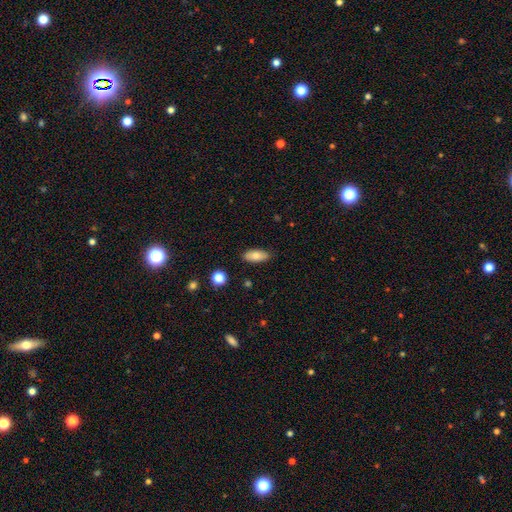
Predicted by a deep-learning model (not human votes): Smooth or featured? smooth (77%)
How rounded? in between (86%)
Merging? none (86%)